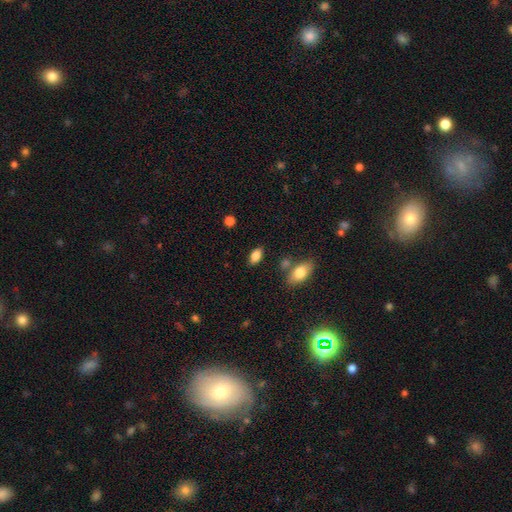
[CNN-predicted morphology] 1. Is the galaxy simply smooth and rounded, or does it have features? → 83% smooth, 9% featured or disk, 8% star or artifact.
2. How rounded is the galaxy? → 91% in between, 5% cigar-shaped, 5% round.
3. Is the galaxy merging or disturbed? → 82% none, 11% minor disturbance, 4% merger, 3% major disturbance.